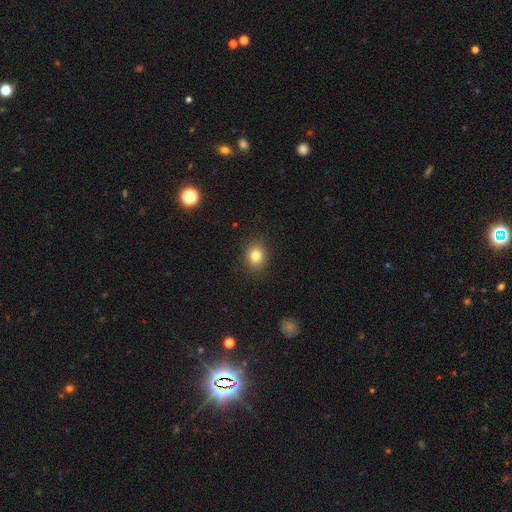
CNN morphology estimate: The model was most divided on "how rounded": round: 57%, in between: 42%, cigar-shaped: 1%. More confident: merging — none (89%); smooth or featured — smooth (82%).